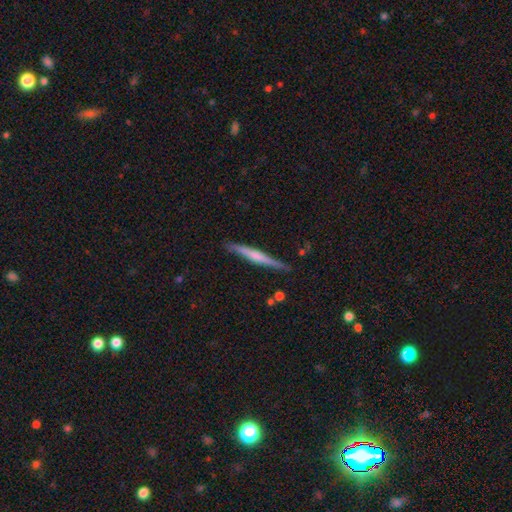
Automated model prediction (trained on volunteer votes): Smooth or featured?
  - featured or disk: 59% *
  - smooth: 35%
  - star or artifact: 6%
Edge-on disk?
  - yes: 98% *
  - no: 2%
Edge-on bulge?
  - rounded: 49% *
  - none: 33%
  - boxy: 18%
Merging?
  - none: 88% *
  - minor disturbance: 9%
  - major disturbance: 2%
  - merger: 2%